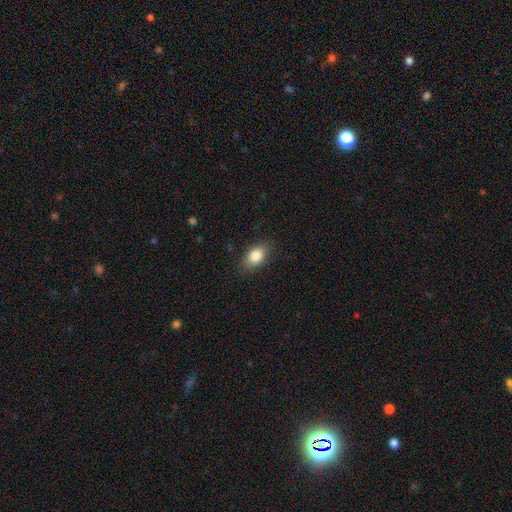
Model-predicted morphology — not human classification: This is clearly a smooth galaxy (84%). How rounded: clearly in between (85%). Merging: clearly none (84%).